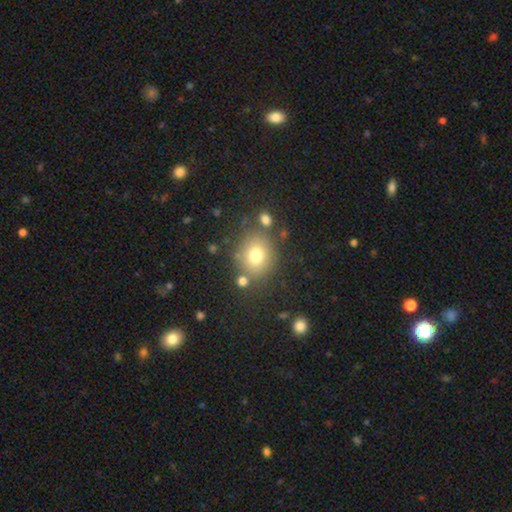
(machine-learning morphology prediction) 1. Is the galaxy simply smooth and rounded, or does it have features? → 75% smooth, 13% star or artifact, 12% featured or disk.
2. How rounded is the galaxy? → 69% round, 30% in between, 1% cigar-shaped.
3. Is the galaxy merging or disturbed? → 76% none, 12% minor disturbance, 8% merger, 5% major disturbance.